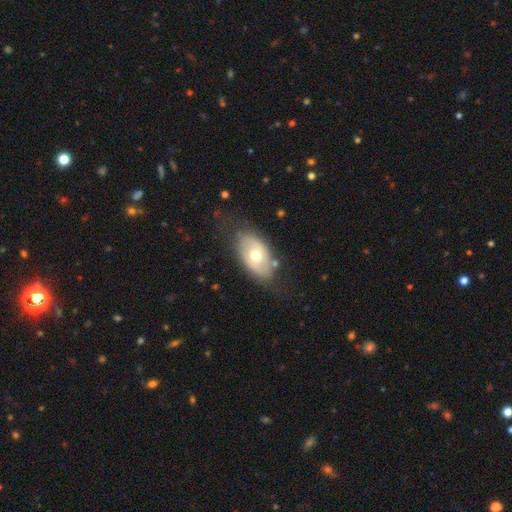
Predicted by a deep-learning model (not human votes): The model was most divided on "smooth or featured": smooth: 48%, featured or disk: 46%, star or artifact: 7%. More confident: merging — none (69%).